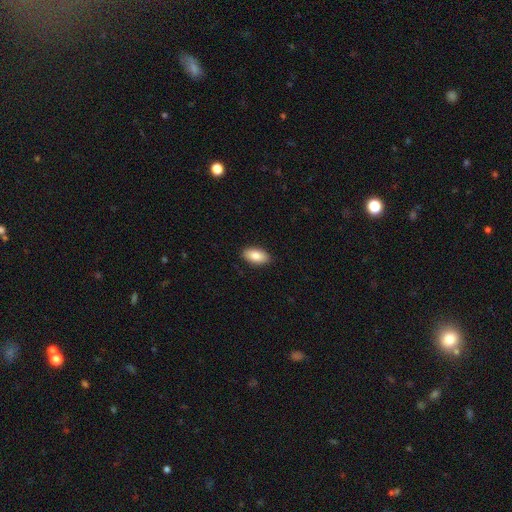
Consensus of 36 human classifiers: smooth 89%, featured or disk 6%, star or artifact 6%. Down the decision tree: how rounded — in between (94%); merging — none (88%).